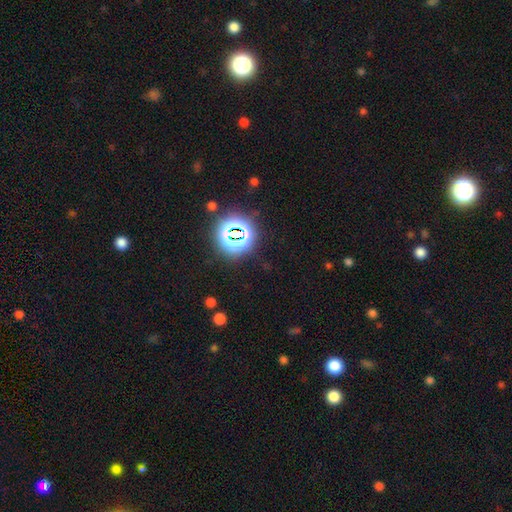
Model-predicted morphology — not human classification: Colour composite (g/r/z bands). It shows a star or artifact, not a galaxy (78%).